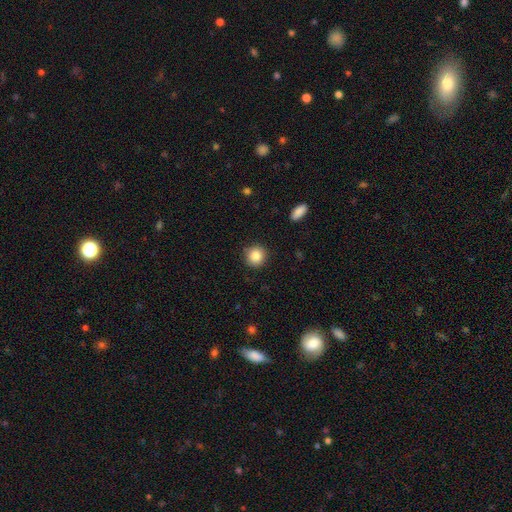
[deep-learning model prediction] Smooth or featured?
  - smooth: 85% *
  - star or artifact: 9%
  - featured or disk: 6%
How rounded?
  - round: 92% *
  - in between: 7%
  - cigar-shaped: 1%
Merging?
  - none: 90% *
  - minor disturbance: 7%
  - major disturbance: 2%
  - merger: 1%